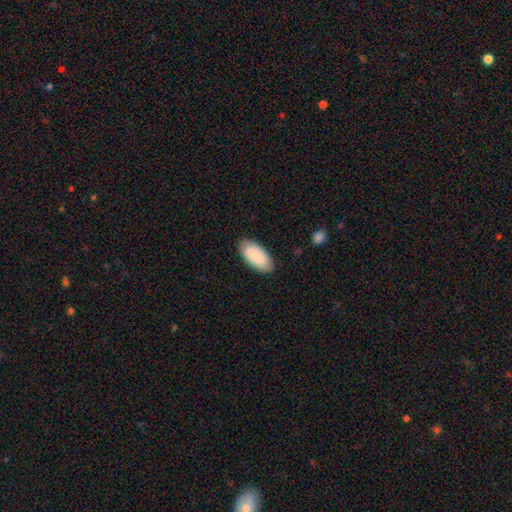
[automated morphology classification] Smooth or featured?
  - smooth: 85% *
  - featured or disk: 9%
  - star or artifact: 6%
How rounded?
  - in between: 95% *
  - cigar-shaped: 3%
  - round: 2%
Merging?
  - none: 83% *
  - minor disturbance: 13%
  - major disturbance: 3%
  - merger: 1%